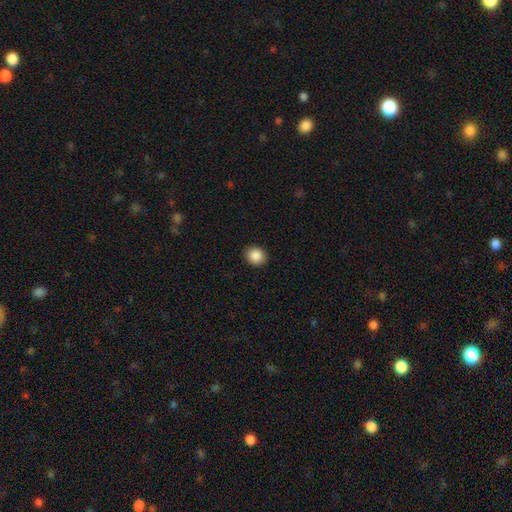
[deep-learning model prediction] smooth 87%, star or artifact 9%, featured or disk 4%. Down the decision tree: how rounded — round (71%); merging — none (92%).